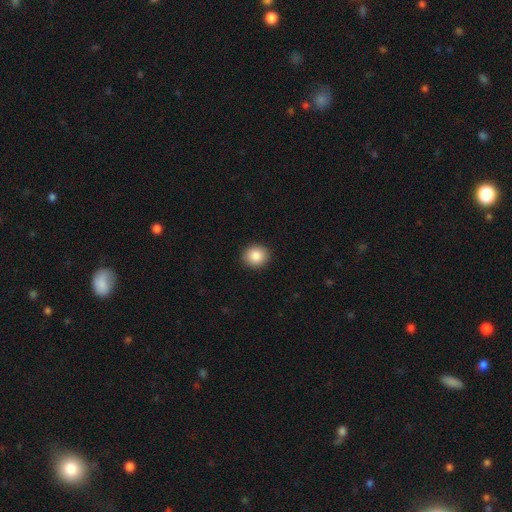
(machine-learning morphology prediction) Smooth or featured? Predicted: smooth (p=0.87). How rounded? Predicted: round (p=0.82). Merging? Predicted: none (p=0.92).